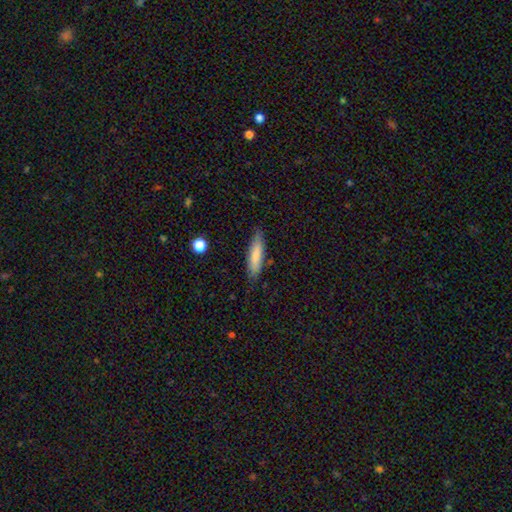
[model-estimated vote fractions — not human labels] Smooth or featured? Predicted: smooth (p=0.80). How rounded? Predicted: cigar-shaped (p=0.72). Merging? Predicted: none (p=0.81).